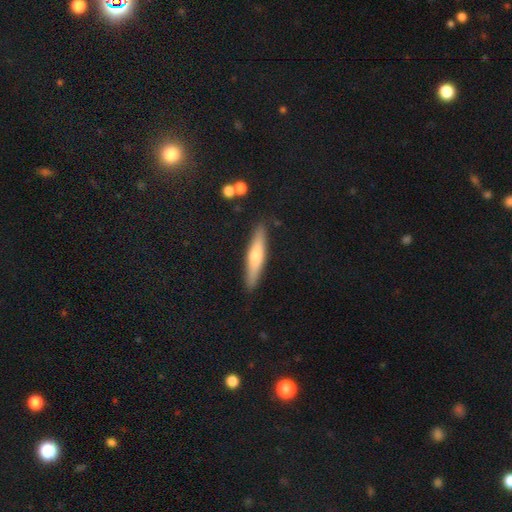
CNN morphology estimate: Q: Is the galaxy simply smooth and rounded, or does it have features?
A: smooth — 55%.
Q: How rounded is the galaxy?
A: cigar-shaped — 87%.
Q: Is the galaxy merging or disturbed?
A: none — 89%.